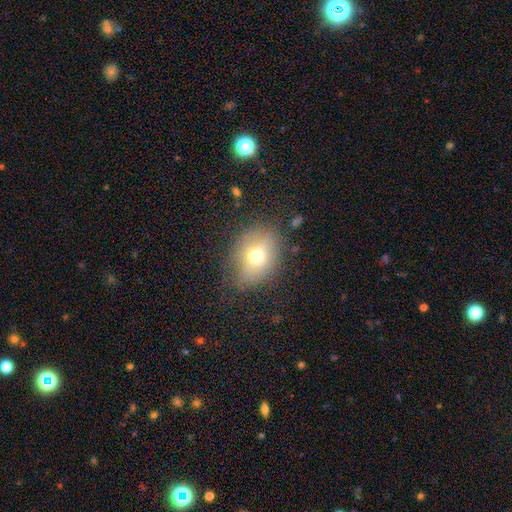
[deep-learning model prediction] A smooth galaxy with no disk features (65%) that is in between round and cigar-shaped (63%). Merging: none (73%).